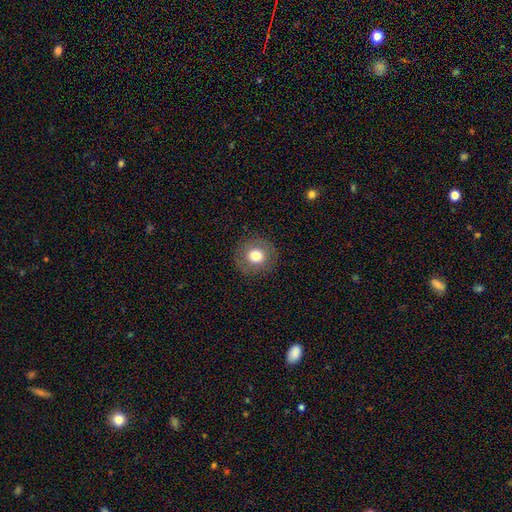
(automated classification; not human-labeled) Smooth or featured?
  - smooth: 74% *
  - featured or disk: 16%
  - star or artifact: 10%
How rounded?
  - round: 92% *
  - in between: 7%
  - cigar-shaped: 1%
Merging?
  - none: 89% *
  - minor disturbance: 7%
  - major disturbance: 3%
  - merger: 1%